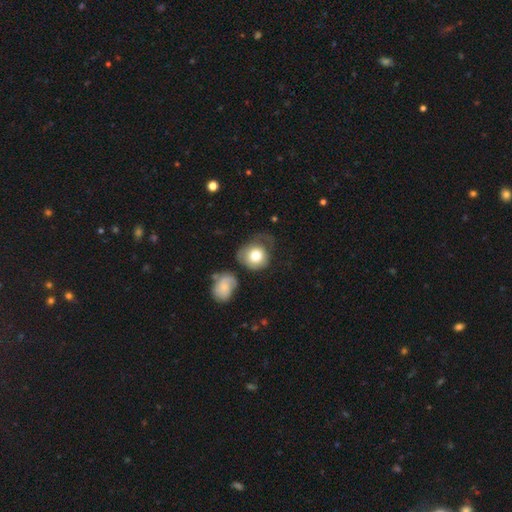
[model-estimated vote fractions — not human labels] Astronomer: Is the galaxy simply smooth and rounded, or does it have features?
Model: smooth — 74%.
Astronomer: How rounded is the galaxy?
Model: round — 77%.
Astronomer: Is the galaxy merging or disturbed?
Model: none — 36% (runner-up: major disturbance, 30%).